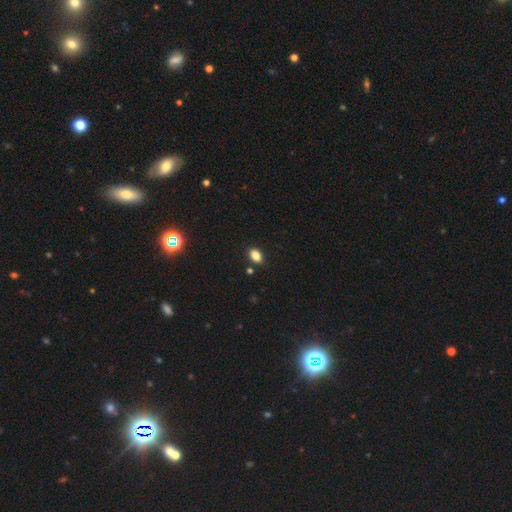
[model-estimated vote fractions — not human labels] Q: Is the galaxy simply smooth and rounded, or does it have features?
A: smooth — 84%.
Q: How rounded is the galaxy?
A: in between — 85%.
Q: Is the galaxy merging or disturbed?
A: none — 86%.